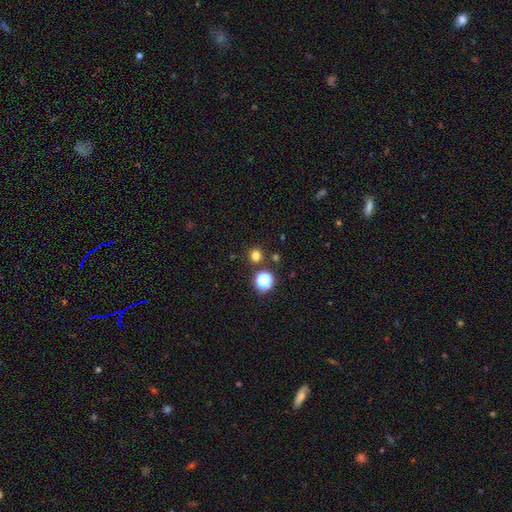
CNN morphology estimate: This is likely a smooth galaxy (74%). How rounded: clearly round (92%). Merging: clearly none (86%).